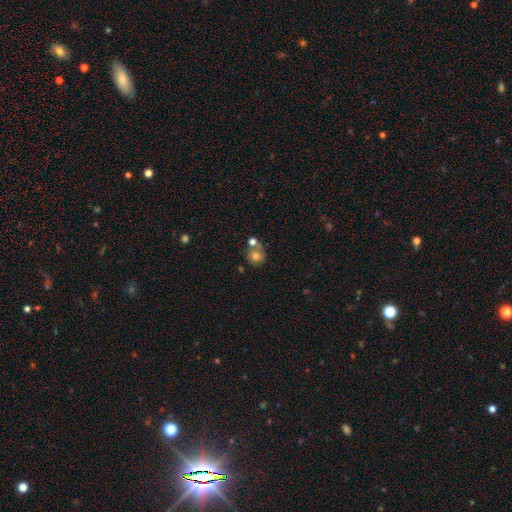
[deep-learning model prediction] smooth 72%, featured or disk 17%, star or artifact 11%. Down the decision tree: how rounded — round (80%); merging — none (44%).